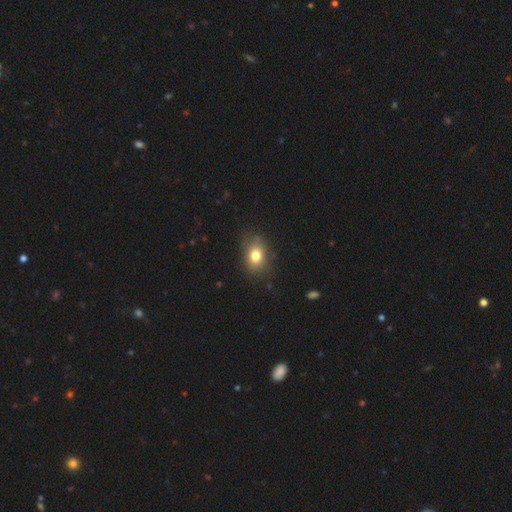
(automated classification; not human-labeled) This appears to be a smooth galaxy with no disk features (77%) that is in between round and cigar-shaped (72%). Merging: none (76%).